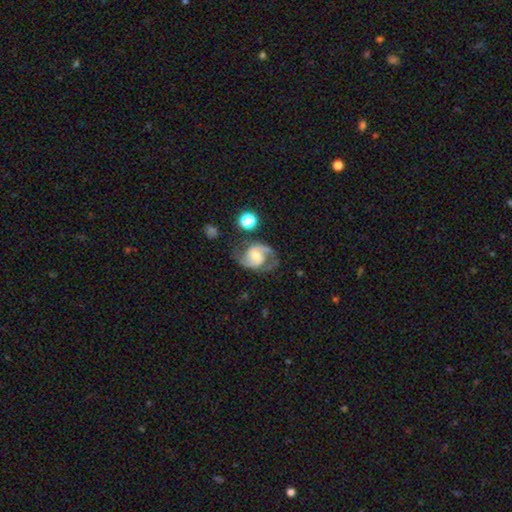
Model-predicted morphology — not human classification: Overall: featured or disk (83%). Edge-on disk: no (98%). Bar: no (50%; weak 39%). Spiral arms: yes (95%). Spiral arm count: 2 (90%). Spiral winding: medium (54%; loose 29%). Bulge size: moderate (52%; small 35%). Merging: none (67%).